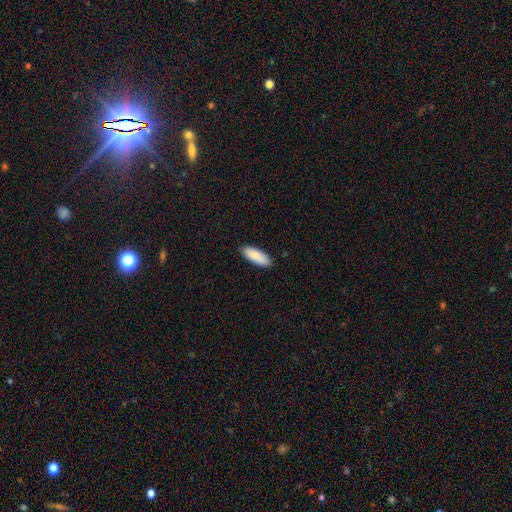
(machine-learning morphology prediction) type=smooth (87%); roundness=in between (73%); merging=none (87%).